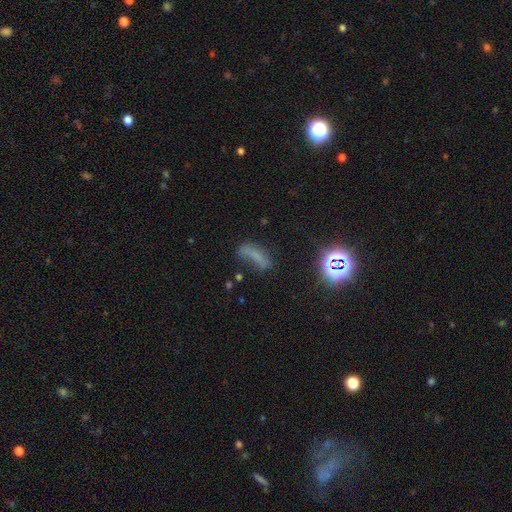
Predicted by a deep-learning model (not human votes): Smooth or featured? Predicted: smooth (p=0.56). How rounded? Predicted: cigar-shaped (p=0.50). Merging? Predicted: none (p=0.44).